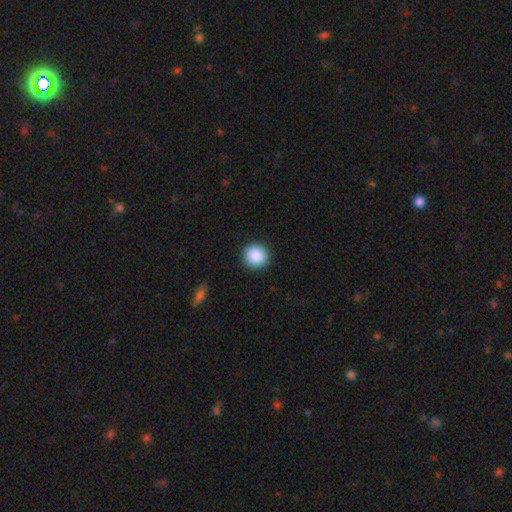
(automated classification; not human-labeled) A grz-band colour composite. It shows a smooth galaxy with no disk features (89%) that is round (90%). Merging: none (92%).